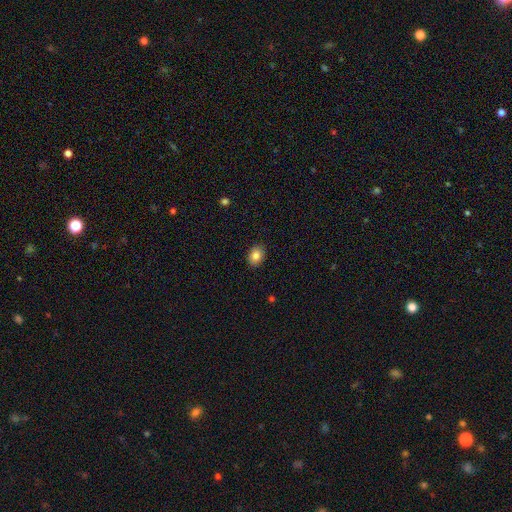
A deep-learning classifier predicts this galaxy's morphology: A smooth galaxy with no disk features (84%) that is in between round and cigar-shaped (71%).

Vote fractions:
- Smooth or featured? smooth: 84% / star or artifact: 9% / featured or disk: 7%
- How rounded? in between: 71% / round: 28% / cigar-shaped: 1%
- Merging? none: 88% / minor disturbance: 9% / major disturbance: 2% / merger: 1%